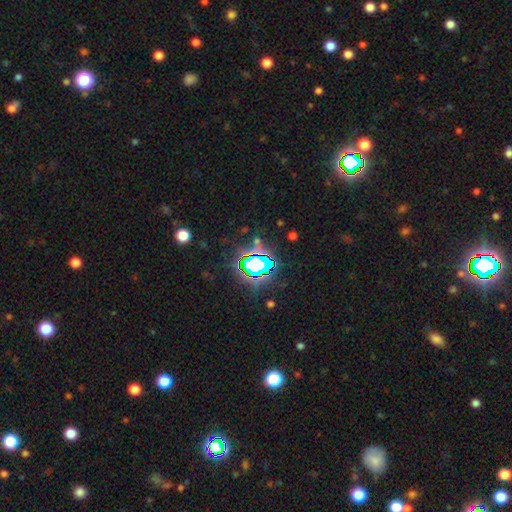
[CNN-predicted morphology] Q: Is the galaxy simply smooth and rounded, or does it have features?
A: star or artifact — 70%.